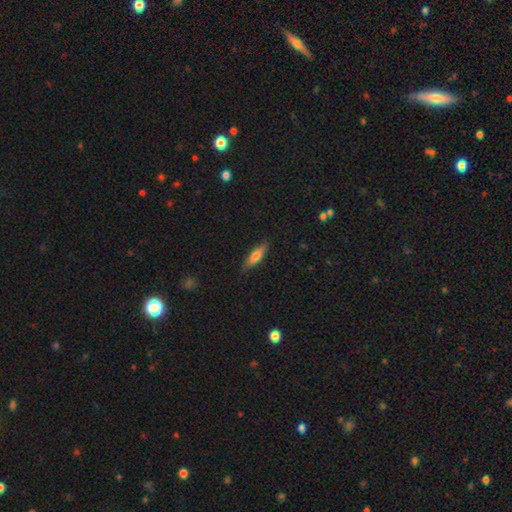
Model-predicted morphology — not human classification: This appears to be a smooth galaxy with no disk features (62%) that is cigar-shaped (66%). Merging: none (84%).